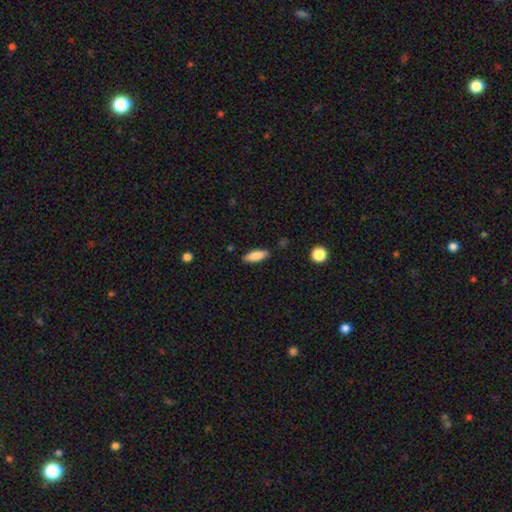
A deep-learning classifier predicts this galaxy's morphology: smooth 85%, featured or disk 9%, star or artifact 7%. Down the decision tree: how rounded — in between (69%); merging — none (85%).